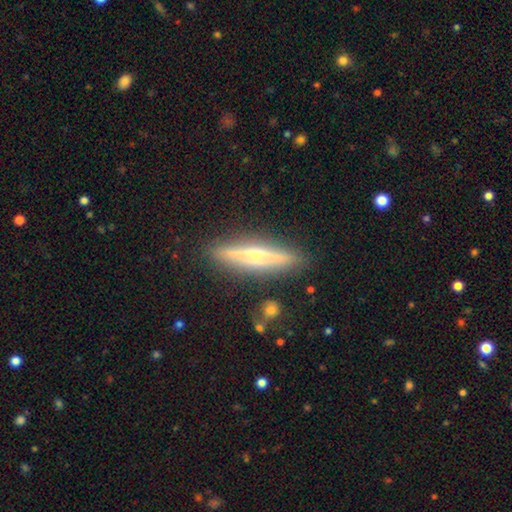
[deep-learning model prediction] The model was most divided on "smooth or featured": featured or disk: 70%, smooth: 24%, star or artifact: 6%. More confident: edge-on disk — yes (96%); merging — none (89%); edge-on bulge — rounded (87%).